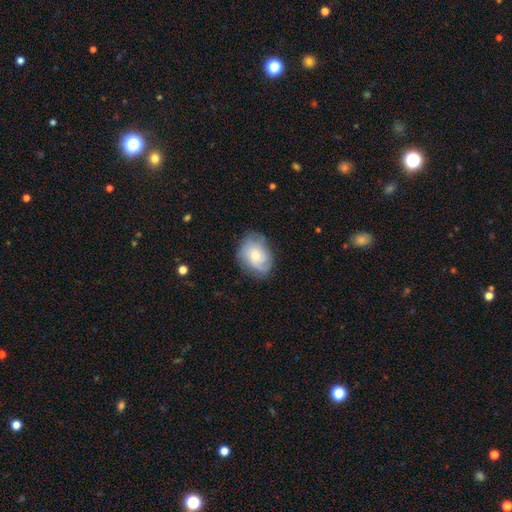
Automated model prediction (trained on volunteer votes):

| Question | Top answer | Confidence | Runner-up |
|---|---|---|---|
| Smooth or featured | featured or disk | 53% | smooth (40%) |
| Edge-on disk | no | 96% | yes (4%) |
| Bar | no | 78% | weak (20%) |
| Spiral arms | yes | 83% | no (17%) |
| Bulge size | moderate | 50% | small (42%) |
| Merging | none | 70% | minor disturbance (21%) |